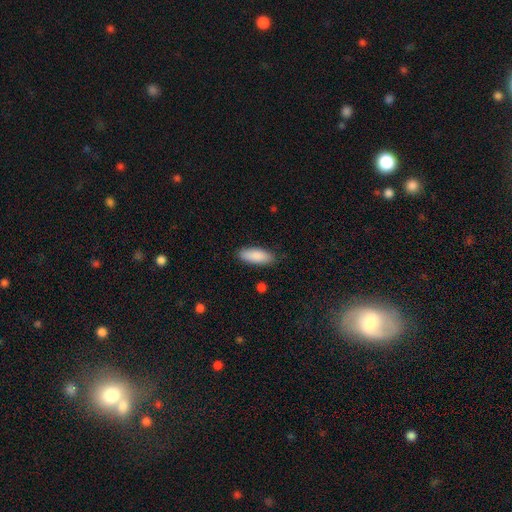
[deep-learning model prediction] Smooth or featured? Predicted: smooth (p=0.88). How rounded? Predicted: in between (p=0.72). Merging? Predicted: none (p=0.85).